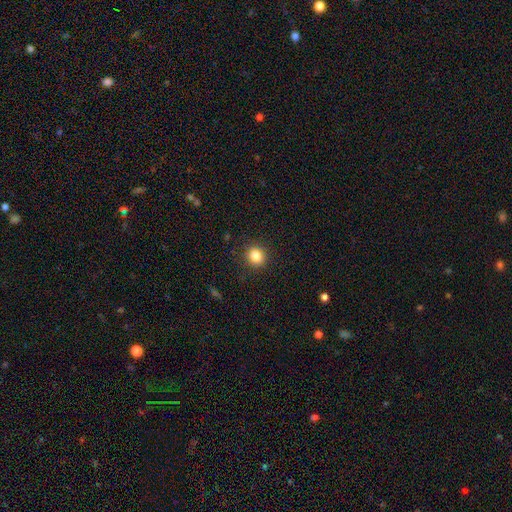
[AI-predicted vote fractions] Smooth or featured?
  - smooth: 84% *
  - star or artifact: 11%
  - featured or disk: 5%
How rounded?
  - round: 84% *
  - in between: 15%
  - cigar-shaped: 1%
Merging?
  - none: 89% *
  - minor disturbance: 7%
  - major disturbance: 3%
  - merger: 1%